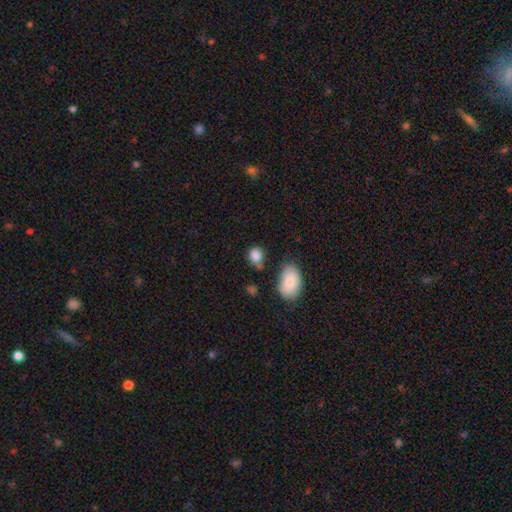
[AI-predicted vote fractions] Smooth or featured?
  - smooth: 84% *
  - star or artifact: 10%
  - featured or disk: 6%
How rounded?
  - round: 52% *
  - in between: 47%
  - cigar-shaped: 1%
Merging?
  - none: 54% *
  - minor disturbance: 26%
  - major disturbance: 10%
  - merger: 9%